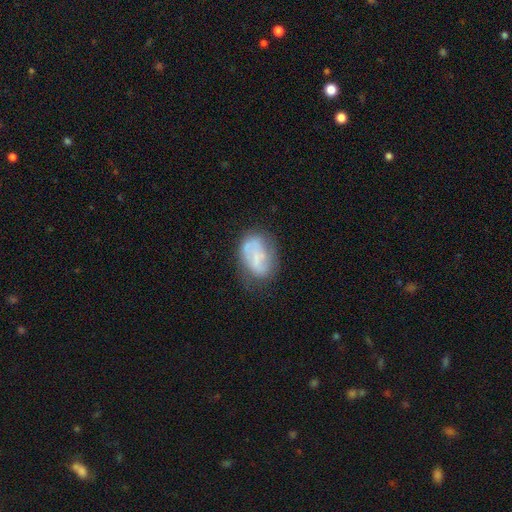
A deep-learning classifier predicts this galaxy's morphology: The model was most divided on "smooth or featured": featured or disk: 50%, smooth: 42%, star or artifact: 9%. More confident: merging — none (54%).